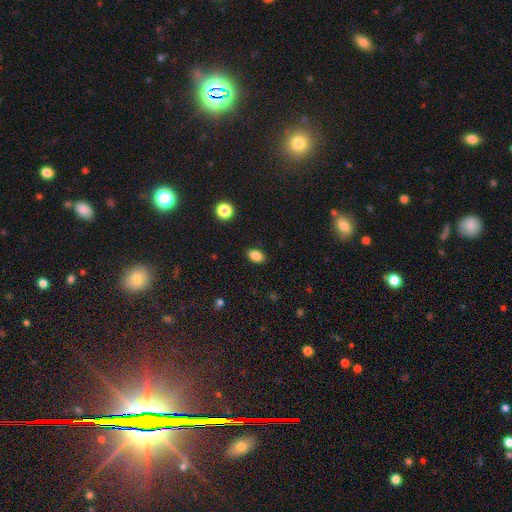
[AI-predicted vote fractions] Morphology: type=smooth (86%); roundness=in between (86%); merging=none (88%).